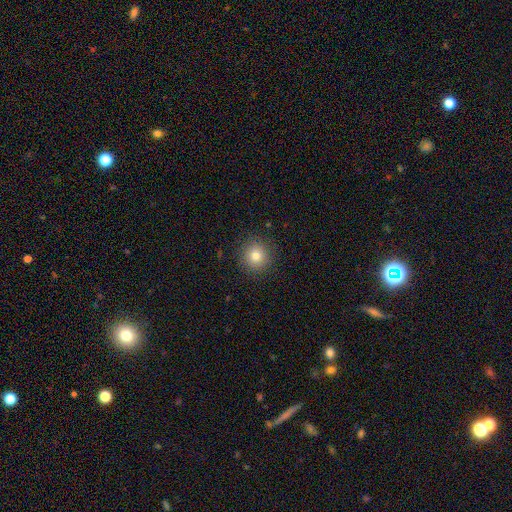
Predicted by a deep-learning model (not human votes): Q: Smooth or featured?
A: smooth (80%); runner-up: star or artifact (12%)
Q: How rounded?
A: round (93%); runner-up: in between (6%)
Q: Merging?
A: none (89%); runner-up: minor disturbance (8%)